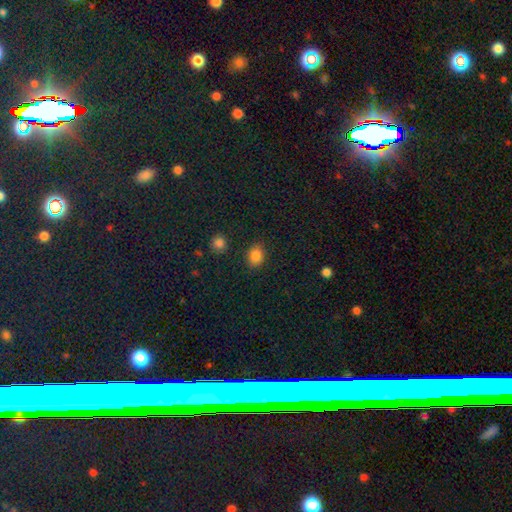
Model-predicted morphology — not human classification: smooth_or_featured: smooth (p=0.85) [alt: star or artifact p=0.11]
how_rounded: in between (p=0.52) [alt: round p=0.47]
merging: none (p=0.84) [alt: minor disturbance p=0.10]